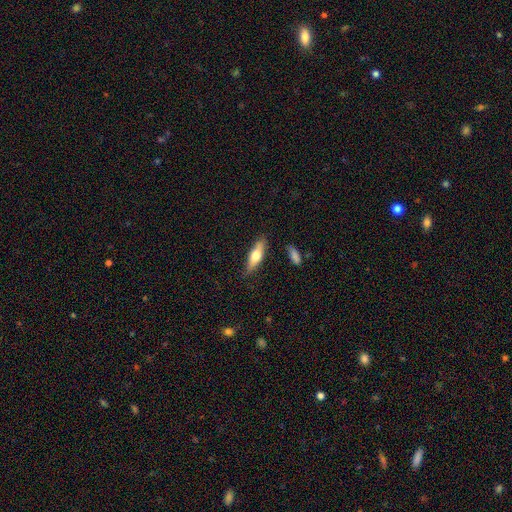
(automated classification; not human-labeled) Q: Smooth or featured?
A: smooth (56%); runner-up: featured or disk (39%)
Q: How rounded?
A: cigar-shaped (58%); runner-up: in between (40%)
Q: Merging?
A: none (80%); runner-up: minor disturbance (14%)